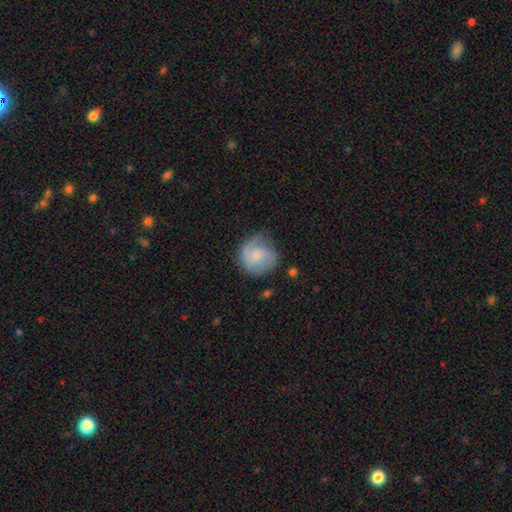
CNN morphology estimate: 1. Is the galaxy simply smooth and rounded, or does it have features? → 51% featured or disk, 42% smooth, 7% star or artifact.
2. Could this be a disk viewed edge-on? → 98% no, 2% yes.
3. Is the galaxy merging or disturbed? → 62% none, 24% minor disturbance, 12% major disturbance, 2% merger.